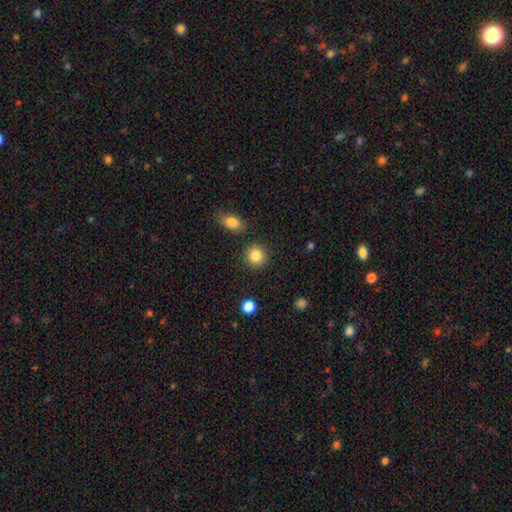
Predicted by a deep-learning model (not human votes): Smooth or featured: smooth — 86% (star or artifact — 9%)
How rounded: round — 90% (in between — 9%)
Merging: none — 88% (minor disturbance — 6%)